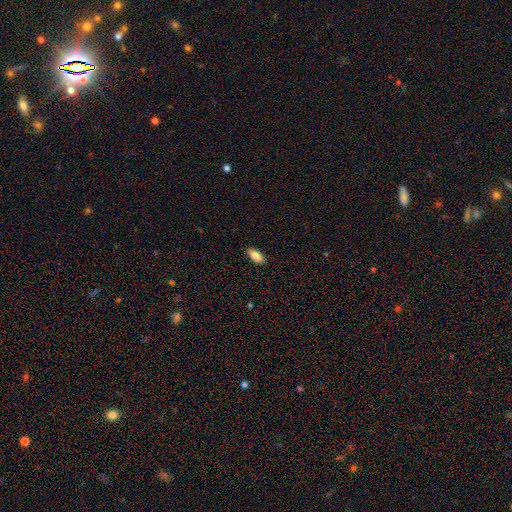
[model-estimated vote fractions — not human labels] This appears to be a smooth galaxy with no disk features (81%) that is in between round and cigar-shaped (88%). Merging: none (87%).